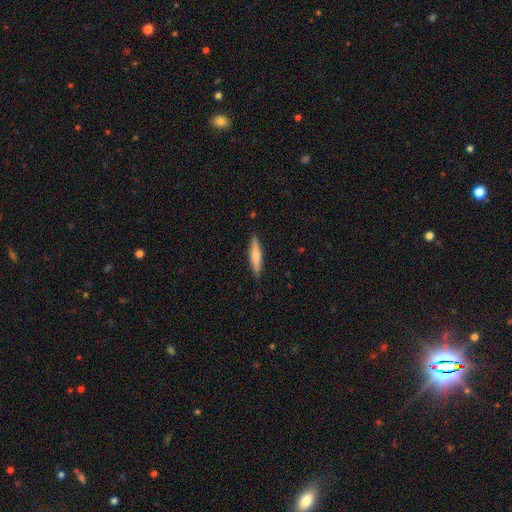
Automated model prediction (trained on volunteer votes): Smooth or featured? Predicted: smooth (p=0.66). How rounded? Predicted: cigar-shaped (p=0.85). Merging? Predicted: none (p=0.88).